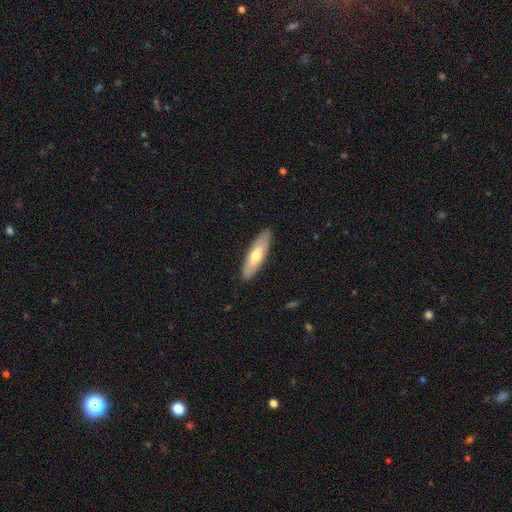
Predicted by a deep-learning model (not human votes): Q: Smooth or featured?
A: smooth (61%); runner-up: featured or disk (34%)
Q: How rounded?
A: cigar-shaped (59%); runner-up: in between (39%)
Q: Merging?
A: none (89%); runner-up: minor disturbance (8%)